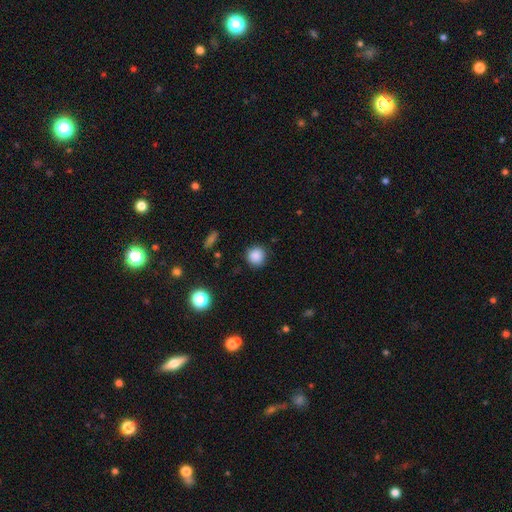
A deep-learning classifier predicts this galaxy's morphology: Smooth or featured? smooth (87%)
How rounded? round (92%)
Merging? none (88%)